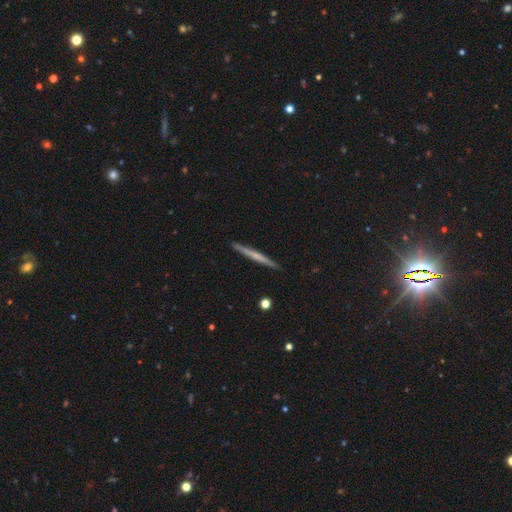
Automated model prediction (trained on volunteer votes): This appears to be a smooth galaxy with no disk features (50%) that is cigar-shaped (97%). Merging: none (92%).